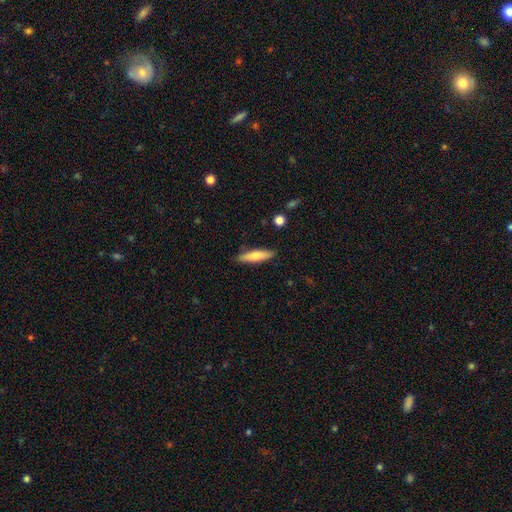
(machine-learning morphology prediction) Overall: smooth (72%). How rounded: cigar-shaped (74%). Merging: none (87%).